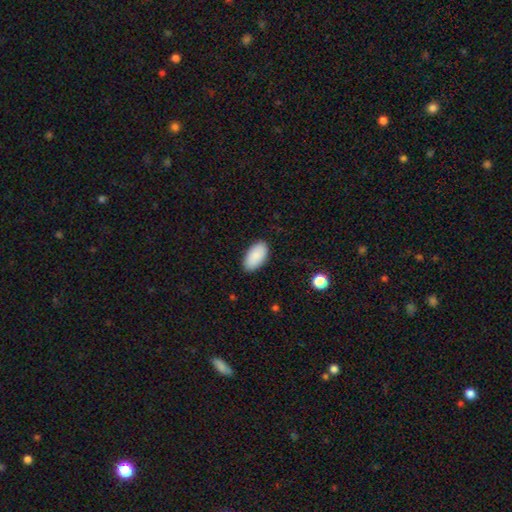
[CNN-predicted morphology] A smooth galaxy with no disk features (90%) that is in between round and cigar-shaped (96%). Merging: none (88%).